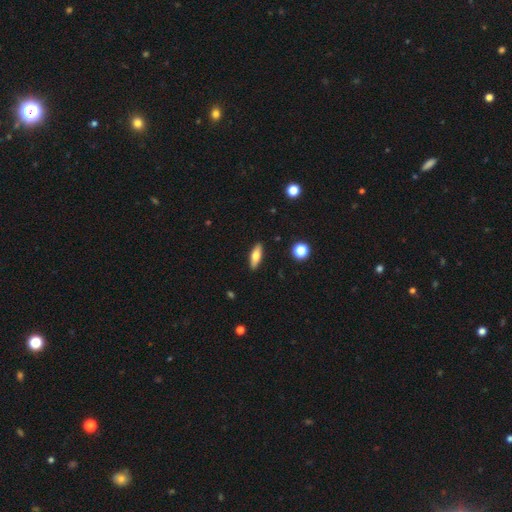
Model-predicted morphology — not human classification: Q: Smooth or featured?
A: smooth (67%); runner-up: featured or disk (26%)
Q: How rounded?
A: in between (56%); runner-up: cigar-shaped (41%)
Q: Merging?
A: none (89%); runner-up: minor disturbance (8%)